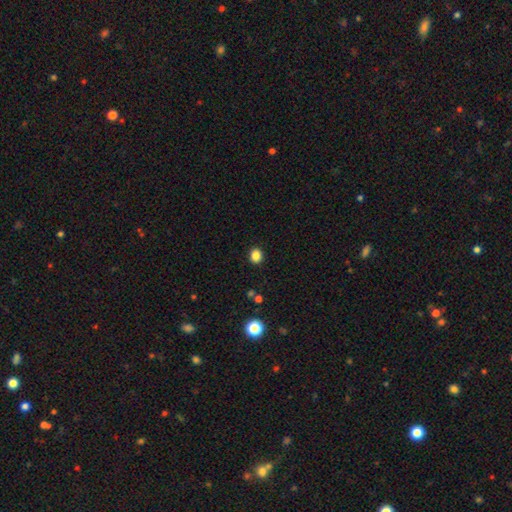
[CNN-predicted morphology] A smooth galaxy with no disk features (85%) that is round (73%). Merging: none (91%).